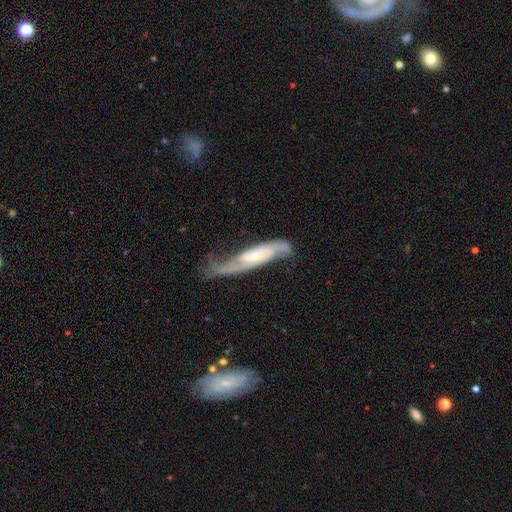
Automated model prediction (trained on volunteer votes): Smooth or featured? featured or disk (78%)
Edge-on disk? no (77%)
Bar? no (48%)
Spiral arms? yes (93%)
Spiral winding? loose (42%)
Spiral arm count? 2 (80%)
Bulge size? small (50%)
Merging? none (46%)